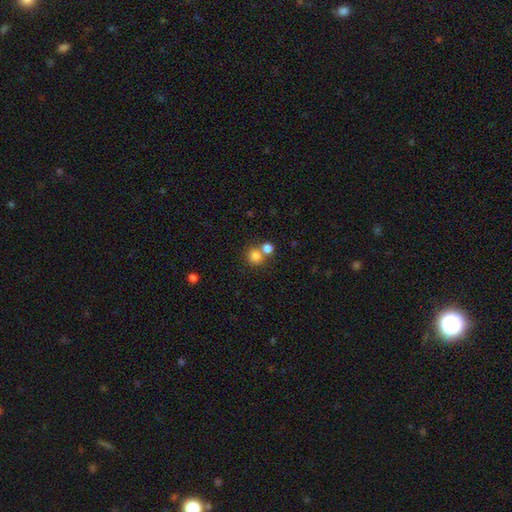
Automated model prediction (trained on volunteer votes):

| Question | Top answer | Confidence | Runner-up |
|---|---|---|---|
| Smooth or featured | smooth | 80% | star or artifact (13%) |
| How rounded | round | 90% | in between (9%) |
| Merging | none | 59% | merger (31%) |